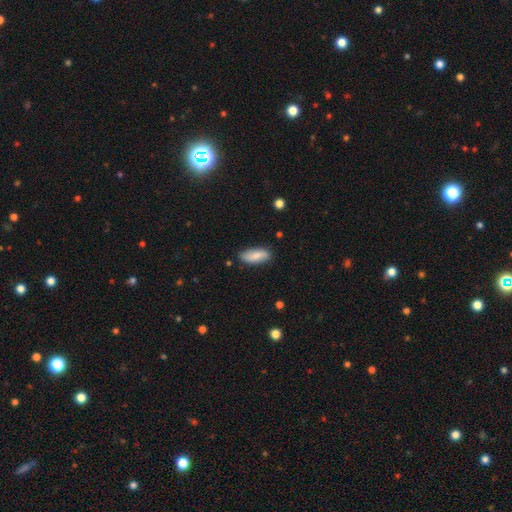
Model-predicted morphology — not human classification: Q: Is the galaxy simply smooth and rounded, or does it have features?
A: smooth — 81%.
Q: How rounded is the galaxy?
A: in between — 76%.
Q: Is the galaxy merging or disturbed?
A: none — 83%.